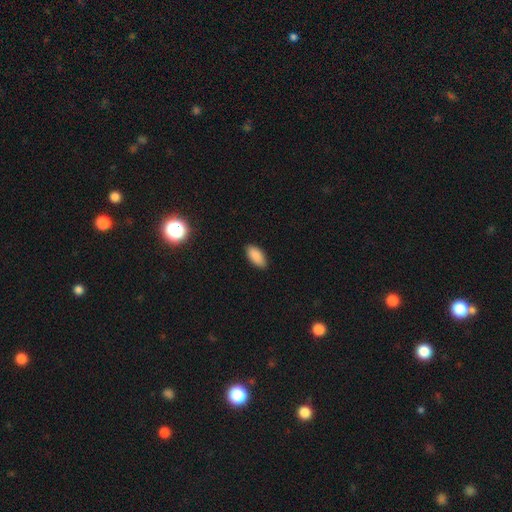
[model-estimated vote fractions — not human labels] smooth-or-featured: smooth: 89% | star or artifact: 7% | featured or disk: 4%
  how-rounded: in between: 91% | cigar-shaped: 7% | round: 2%
  merging: none: 88% | minor disturbance: 9% | major disturbance: 2% | merger: 1%